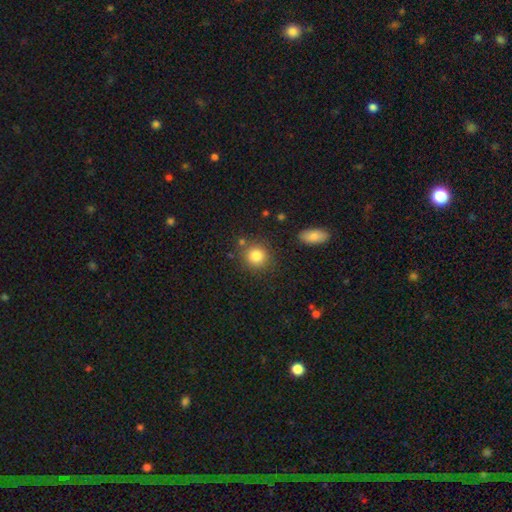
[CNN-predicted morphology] A smooth galaxy with no disk features (83%) that is round (87%).

Vote fractions:
- Smooth or featured? smooth: 83% / star or artifact: 10% / featured or disk: 6%
- How rounded? round: 87% / in between: 12% / cigar-shaped: 1%
- Merging? none: 80% / minor disturbance: 10% / merger: 7% / major disturbance: 3%